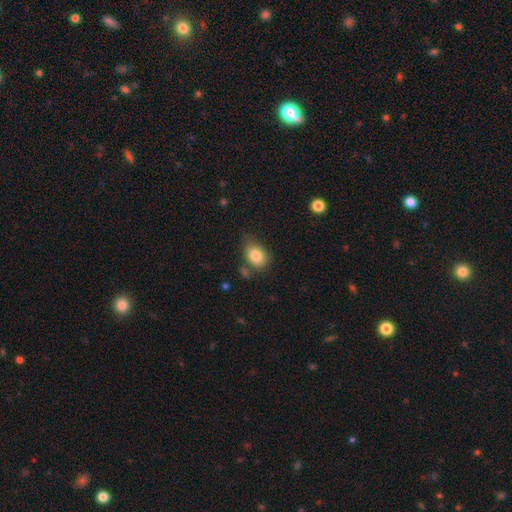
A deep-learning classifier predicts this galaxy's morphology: A smooth galaxy with no disk features (83%) that is in between round and cigar-shaped (66%). Merging: none (57%).